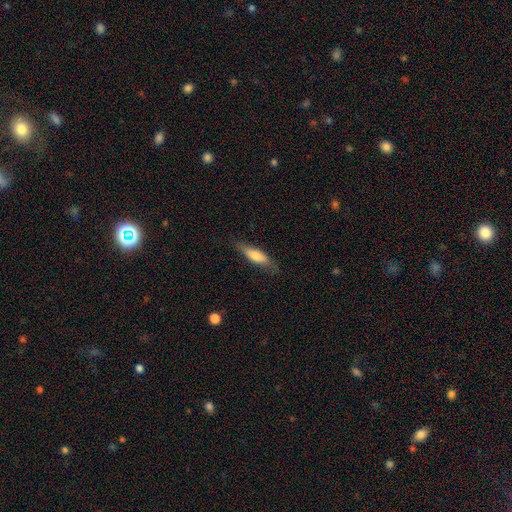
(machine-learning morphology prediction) smooth 69%, featured or disk 25%, star or artifact 6%. Down the decision tree: how rounded — cigar-shaped (55%); merging — none (75%).